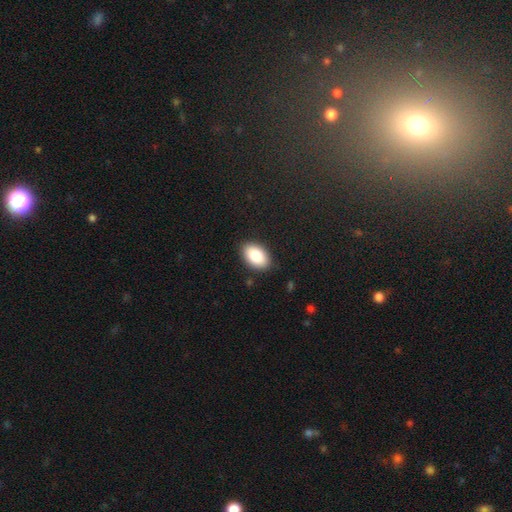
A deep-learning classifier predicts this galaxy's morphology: smooth_or_featured: smooth (p=0.85) [alt: featured or disk p=0.08]
how_rounded: in between (p=0.92) [alt: round p=0.07]
merging: none (p=0.88) [alt: minor disturbance p=0.09]